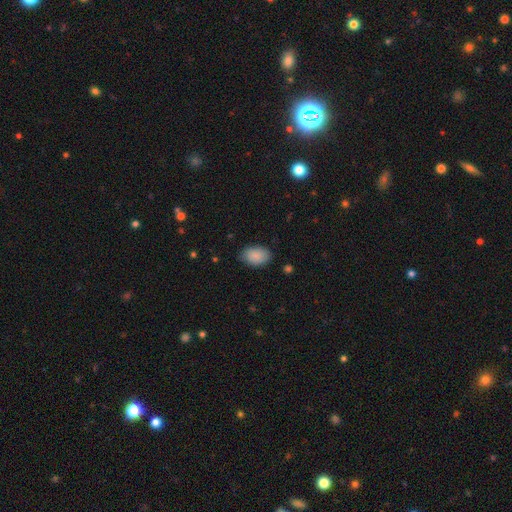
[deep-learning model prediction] smooth_or_featured: smooth (p=0.88) [alt: star or artifact p=0.07]
how_rounded: in between (p=0.88) [alt: round p=0.11]
merging: none (p=0.81) [alt: minor disturbance p=0.15]